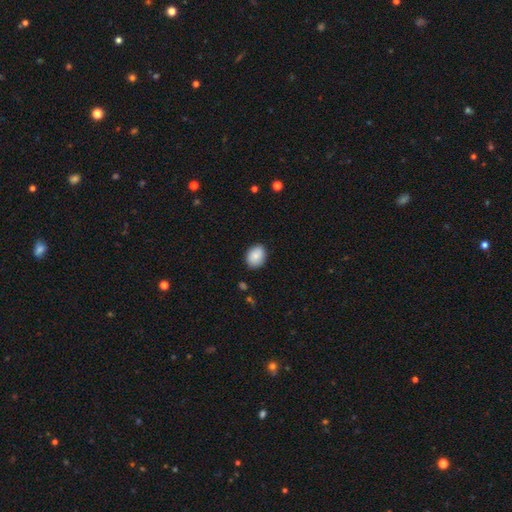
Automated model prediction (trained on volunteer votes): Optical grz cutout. It shows a smooth galaxy with no disk features (86%) that is in between round and cigar-shaped (64%). Merging: none (85%).